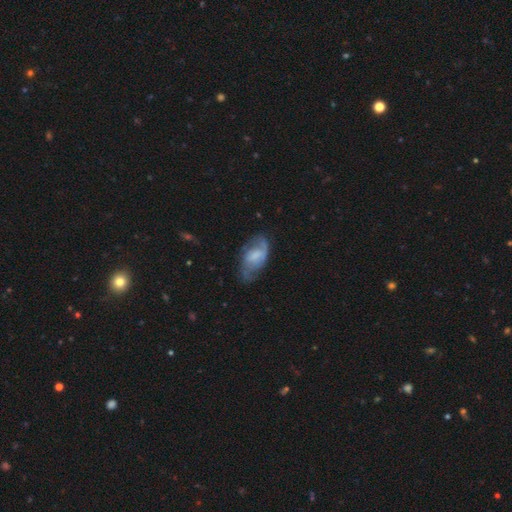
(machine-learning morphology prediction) Smooth or featured: featured or disk — 60% (smooth — 33%)
Edge-on disk: no — 95% (yes — 5%)
Bar: weak — 45% (no — 43%)
Spiral arms: yes — 80% (no — 20%)
Bulge size: moderate — 31% (none — 29%)
Merging: none — 54% (minor disturbance — 28%)